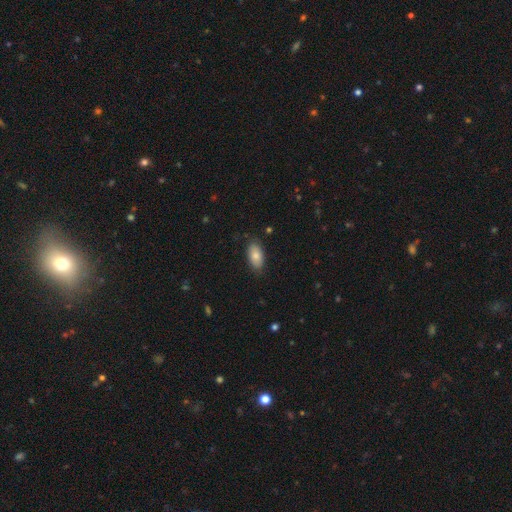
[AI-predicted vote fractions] Morphology: type=smooth (82%); roundness=in between (93%); merging=none (83%).